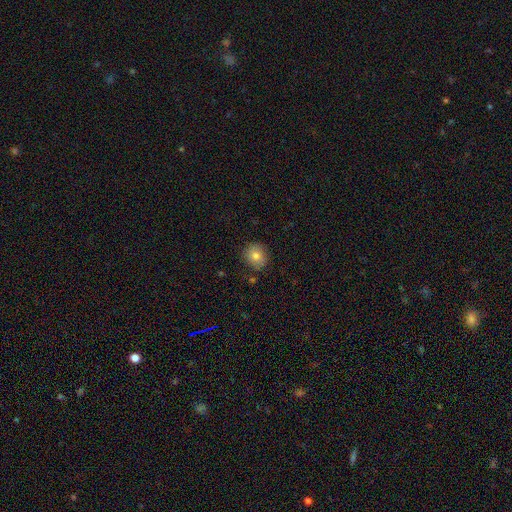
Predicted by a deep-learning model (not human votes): Q: Smooth or featured?
A: smooth (79%); runner-up: featured or disk (11%)
Q: How rounded?
A: round (82%); runner-up: in between (17%)
Q: Merging?
A: none (84%); runner-up: minor disturbance (11%)